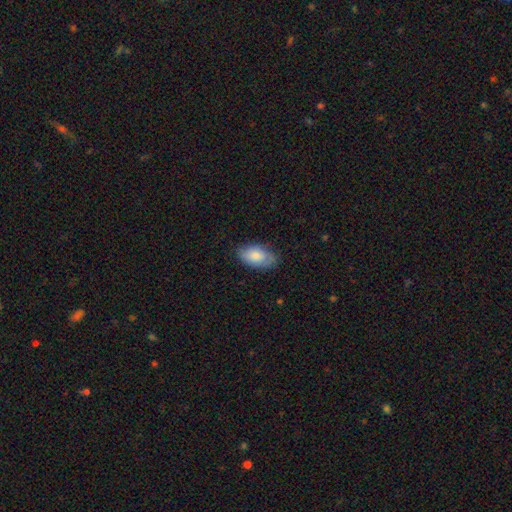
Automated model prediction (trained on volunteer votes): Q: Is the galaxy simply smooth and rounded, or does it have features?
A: smooth — 80%.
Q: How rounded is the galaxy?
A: in between — 94%.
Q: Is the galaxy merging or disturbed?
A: none — 78%.